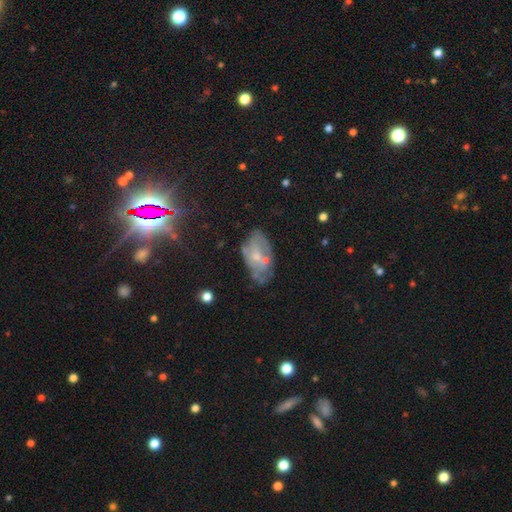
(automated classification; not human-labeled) Overall: featured or disk (53%; smooth 34%). Edge-on disk: no (93%). Merging: none (52%; minor disturbance 27%).